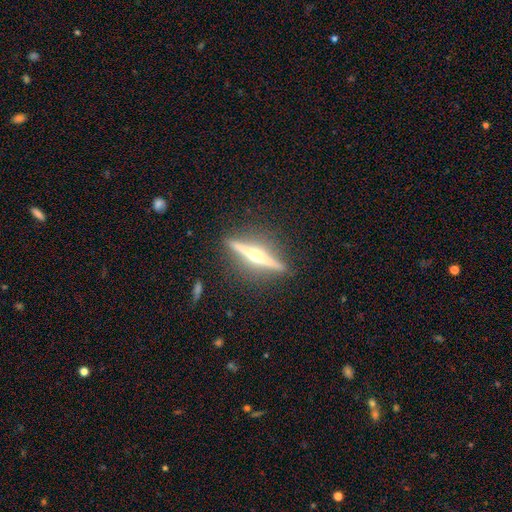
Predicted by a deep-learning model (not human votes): Smooth or featured?
  - featured or disk: 84% *
  - smooth: 11%
  - star or artifact: 5%
Edge-on disk?
  - yes: 98% *
  - no: 2%
Edge-on bulge?
  - rounded: 93% *
  - none: 3%
  - boxy: 3%
Merging?
  - none: 89% *
  - minor disturbance: 8%
  - major disturbance: 2%
  - merger: 1%